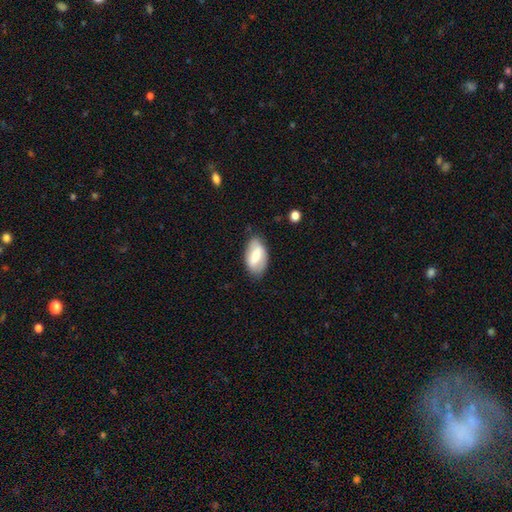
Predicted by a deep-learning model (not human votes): smooth_or_featured: smooth (p=0.57) [alt: featured or disk p=0.37]
how_rounded: in between (p=0.93) [alt: round p=0.04]
merging: none (p=0.78) [alt: minor disturbance p=0.16]